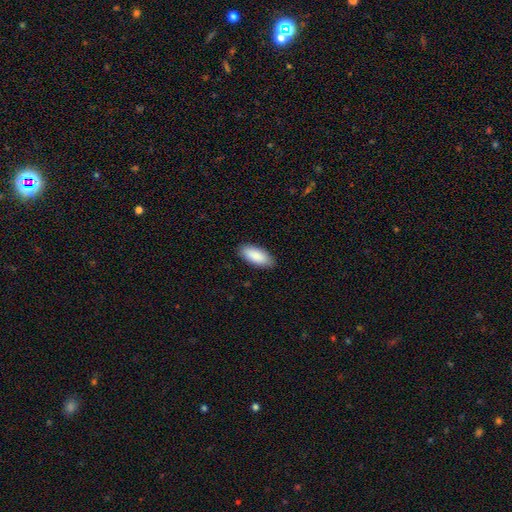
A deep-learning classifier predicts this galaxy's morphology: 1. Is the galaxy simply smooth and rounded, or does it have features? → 90% smooth, 5% star or artifact, 5% featured or disk.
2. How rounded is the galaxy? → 86% in between, 12% cigar-shaped, 2% round.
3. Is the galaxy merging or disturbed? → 88% none, 9% minor disturbance, 2% major disturbance, 1% merger.